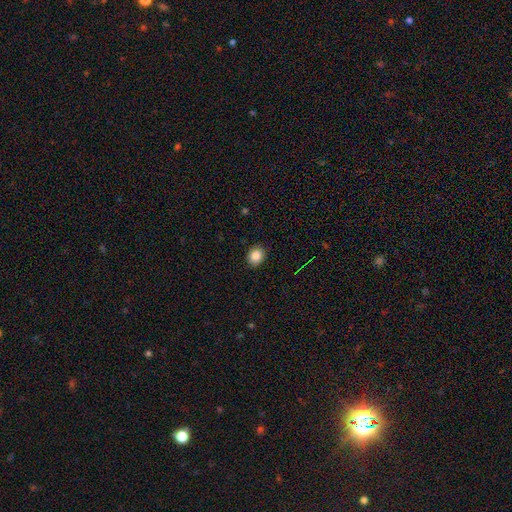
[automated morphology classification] Smooth or featured? Predicted: smooth (p=0.86). How rounded? Predicted: round (p=0.61). Merging? Predicted: none (p=0.89).